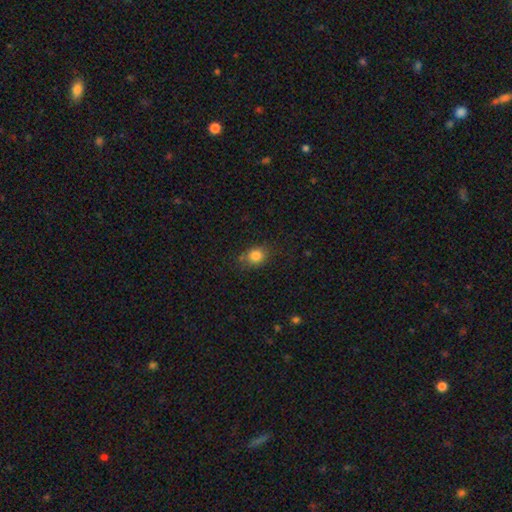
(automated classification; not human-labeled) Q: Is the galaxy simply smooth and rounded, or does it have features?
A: smooth — 82%.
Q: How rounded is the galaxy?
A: round — 61%.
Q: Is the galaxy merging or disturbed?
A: none — 73%.